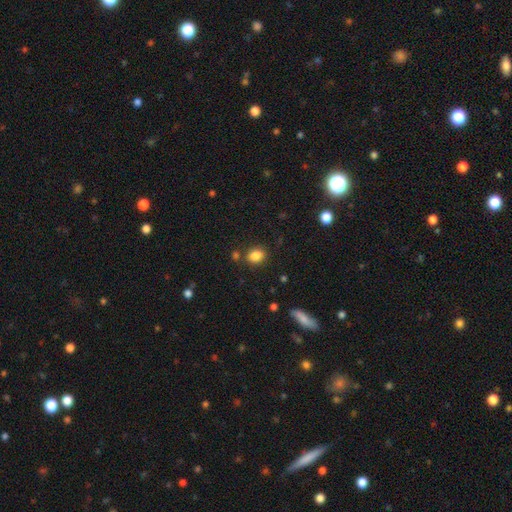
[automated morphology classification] smooth_or_featured: smooth (p=0.85) [alt: star or artifact p=0.10]
how_rounded: in between (p=0.60) [alt: round p=0.39]
merging: none (p=0.79) [alt: minor disturbance p=0.11]